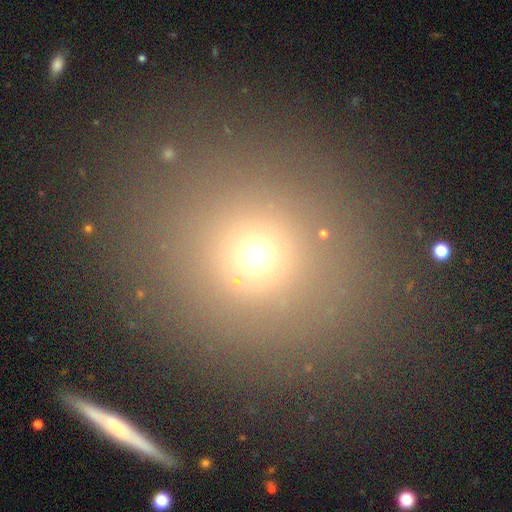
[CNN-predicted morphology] smooth_or_featured: smooth (p=0.65) [alt: star or artifact p=0.25]
how_rounded: round (p=0.88) [alt: in between p=0.11]
merging: none (p=0.82) [alt: minor disturbance p=0.08]